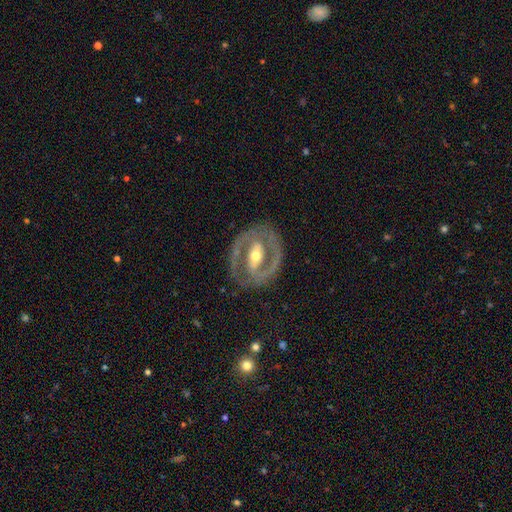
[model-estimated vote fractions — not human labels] A featured or disk galaxy (82%) with a strong bar (49%), spiral arms (64%) and a moderate central bulge (65%).

Vote fractions:
- Smooth or featured? featured or disk: 82% / smooth: 14% / star or artifact: 5%
- Edge-on disk? no: 94% / yes: 6%
- Bar? strong: 49% / weak: 28% / no: 24%
- Spiral arms? yes: 64% / no: 36%
- Bulge size? moderate: 65% / small: 26% / large: 7% / dominant: 1% / none: 1%
- Merging? none: 78% / minor disturbance: 13% / major disturbance: 8% / merger: 1%